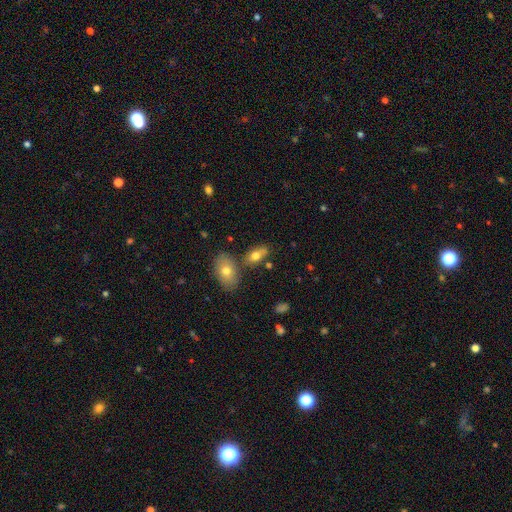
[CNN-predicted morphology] type=smooth (72%); roundness=in between (87%); merging=none (62%).